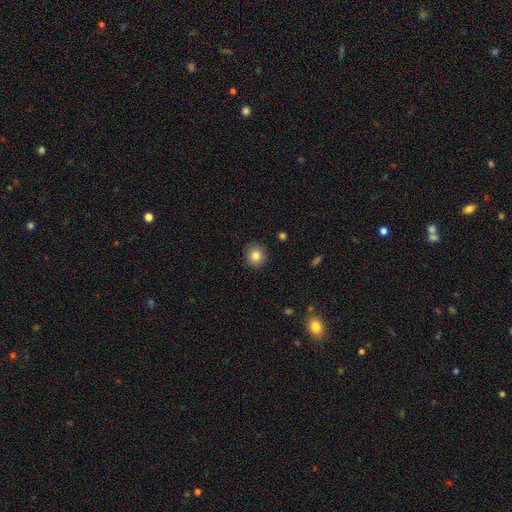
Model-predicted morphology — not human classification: smooth-or-featured: smooth: 82% | star or artifact: 10% | featured or disk: 7%
  how-rounded: round: 90% | in between: 9% | cigar-shaped: 1%
  merging: none: 91% | minor disturbance: 6% | major disturbance: 2% | merger: 1%